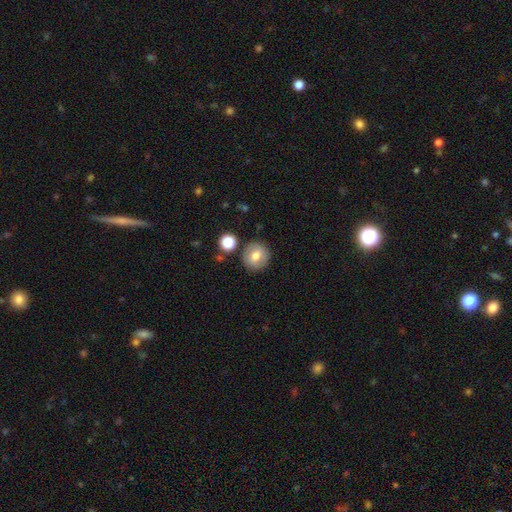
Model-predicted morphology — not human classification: Smooth or featured?
  - smooth: 72% *
  - featured or disk: 19%
  - star or artifact: 9%
How rounded?
  - round: 89% *
  - in between: 10%
  - cigar-shaped: 1%
Merging?
  - none: 85% *
  - minor disturbance: 8%
  - merger: 4%
  - major disturbance: 2%